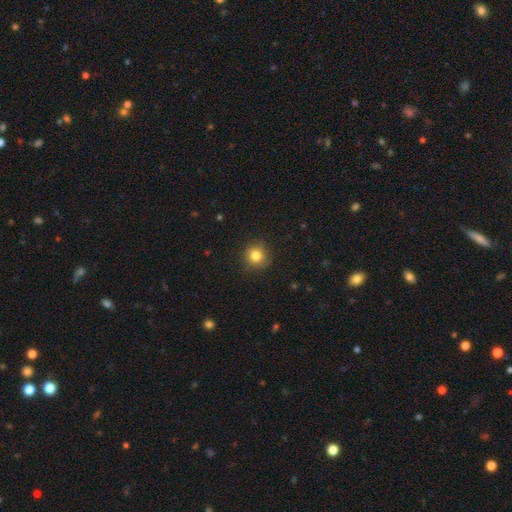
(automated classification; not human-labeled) A smooth galaxy with no disk features (82%) that is round (93%). Merging: none (87%).